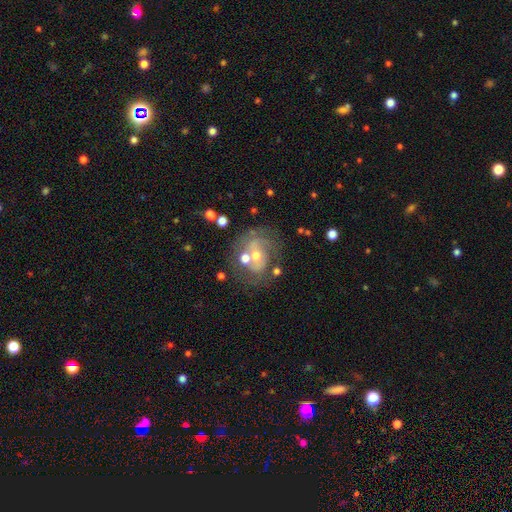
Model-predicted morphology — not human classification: type=featured or disk (73%); edge-on=no (97%); bar=no (61%); spiral arms=yes (77%); winding=tight (44%); arm count=2 (52%); bulge=moderate (56%); merging=none (55%).